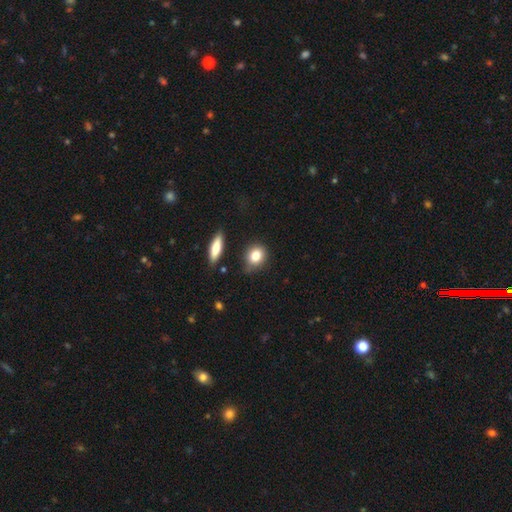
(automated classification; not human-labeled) A smooth galaxy with no disk features (82%) that is round (61%). Merging: none (69%).